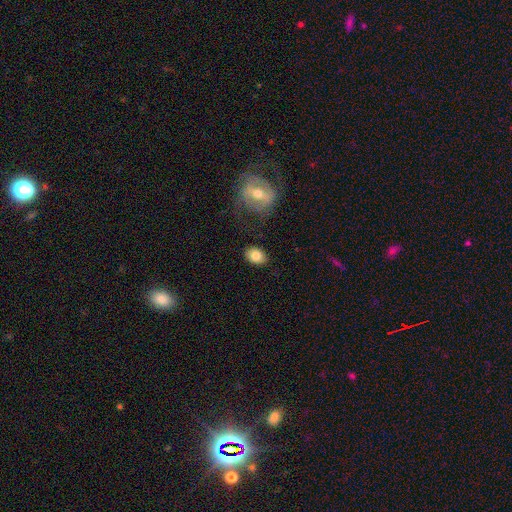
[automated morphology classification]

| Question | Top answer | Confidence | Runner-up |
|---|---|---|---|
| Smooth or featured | smooth | 80% | featured or disk (11%) |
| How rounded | in between | 75% | round (24%) |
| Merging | none | 82% | minor disturbance (12%) |